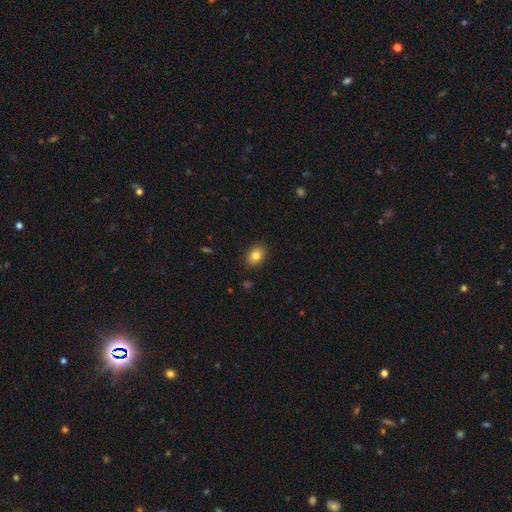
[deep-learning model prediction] This appears to be a smooth galaxy with no disk features (83%) that is in between round and cigar-shaped (65%). Merging: none (88%).